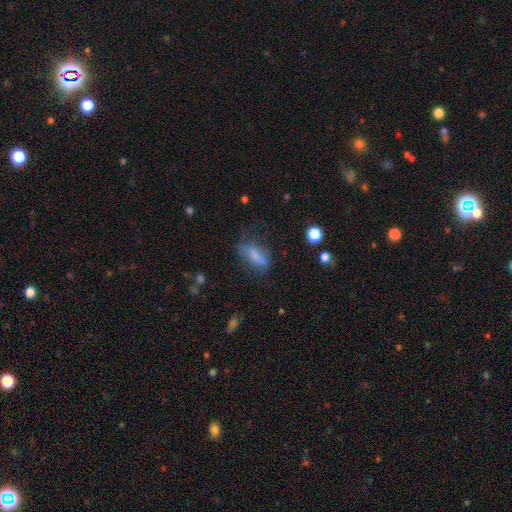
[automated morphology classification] smooth_or_featured: smooth (p=0.65) [alt: featured or disk p=0.24]
how_rounded: in between (p=0.60) [alt: cigar-shaped p=0.36]
merging: none (p=0.47) [alt: minor disturbance p=0.27]